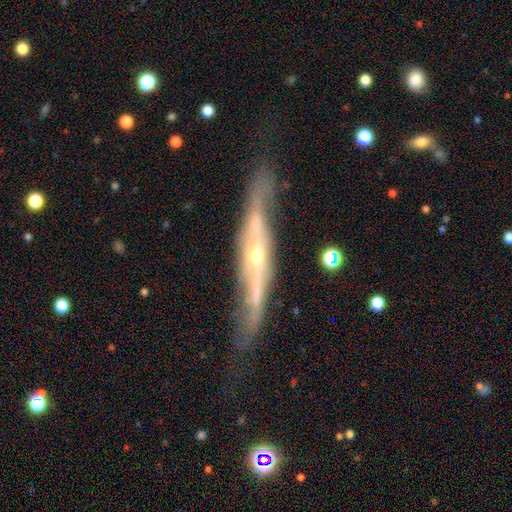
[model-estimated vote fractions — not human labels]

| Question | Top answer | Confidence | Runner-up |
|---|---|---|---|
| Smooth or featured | featured or disk | 82% | smooth (12%) |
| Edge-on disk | yes | 67% | no (33%) |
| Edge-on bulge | rounded | 76% | none (19%) |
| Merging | none | 65% | minor disturbance (23%) |